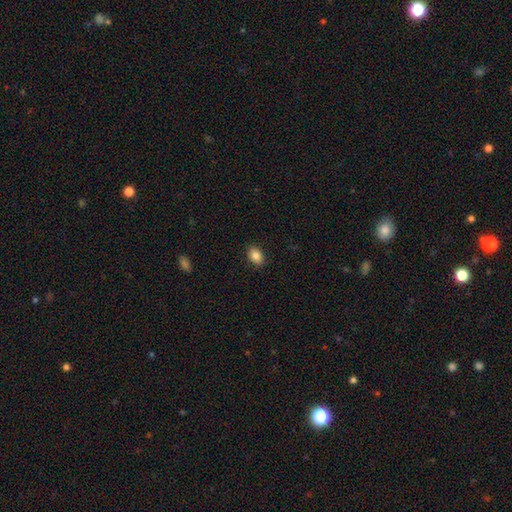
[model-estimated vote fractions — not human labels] A smooth galaxy with no disk features (86%) that is in between round and cigar-shaped (79%). Merging: none (89%).